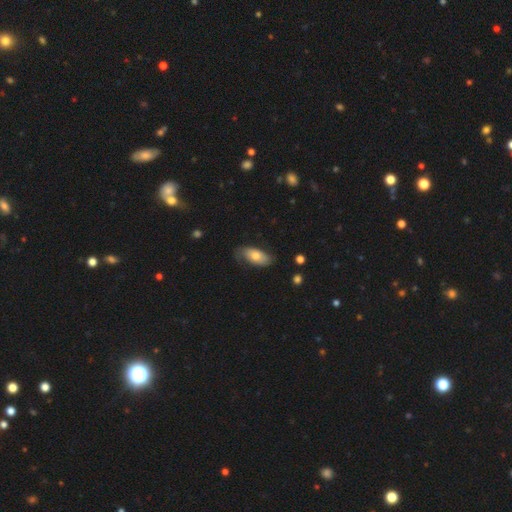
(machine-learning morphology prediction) smooth-or-featured: smooth: 68% | featured or disk: 26% | star or artifact: 6%
  how-rounded: in between: 87% | cigar-shaped: 10% | round: 3%
  merging: none: 66% | minor disturbance: 26% | major disturbance: 6% | merger: 1%